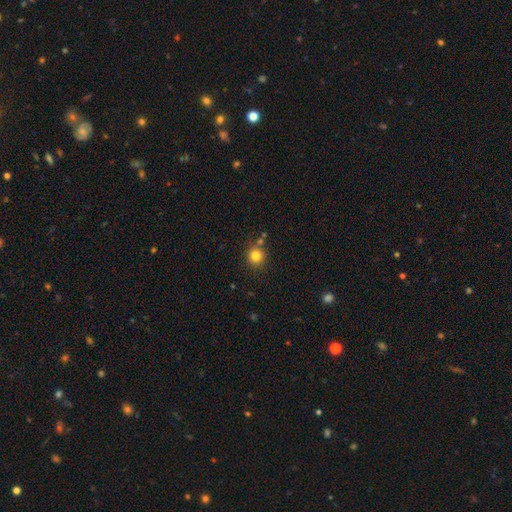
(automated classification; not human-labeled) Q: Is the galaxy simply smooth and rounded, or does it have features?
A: smooth — 82%.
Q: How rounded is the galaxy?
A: round — 92%.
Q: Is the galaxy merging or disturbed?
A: none — 79%.